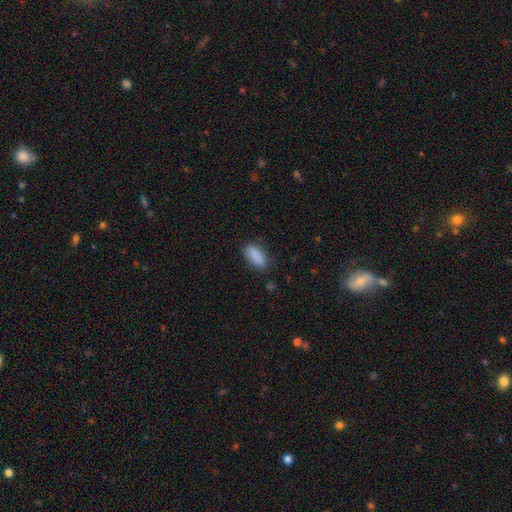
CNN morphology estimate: Smooth or featured?
  - smooth: 88% *
  - star or artifact: 7%
  - featured or disk: 5%
How rounded?
  - in between: 78% *
  - cigar-shaped: 19%
  - round: 2%
Merging?
  - none: 81% *
  - minor disturbance: 14%
  - major disturbance: 3%
  - merger: 1%